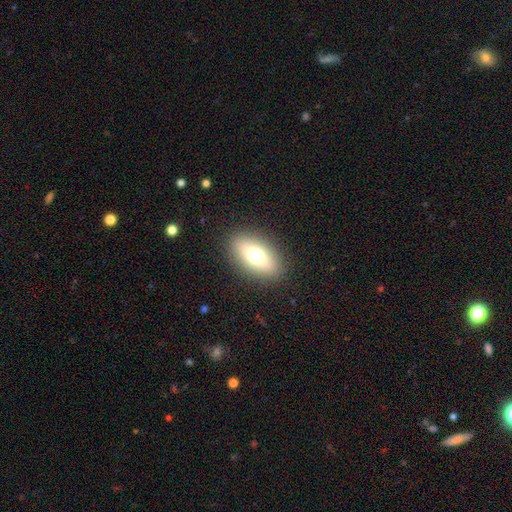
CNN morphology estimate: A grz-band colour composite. It shows a smooth galaxy with no disk features (69%) that is in between round and cigar-shaped (85%). Merging: none (88%).